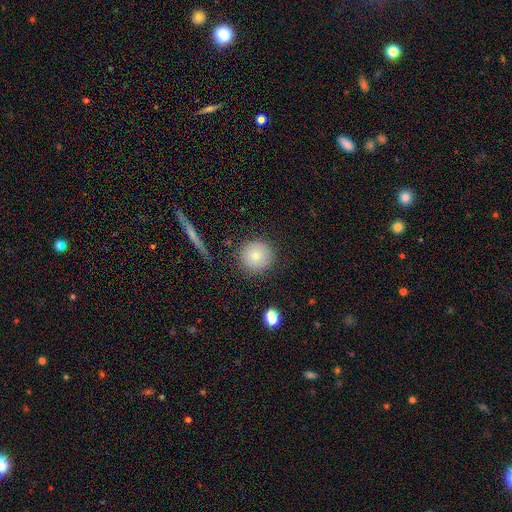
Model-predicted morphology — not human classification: Q: Smooth or featured?
A: smooth (82%); runner-up: featured or disk (10%)
Q: How rounded?
A: round (93%); runner-up: in between (6%)
Q: Merging?
A: none (85%); runner-up: minor disturbance (9%)